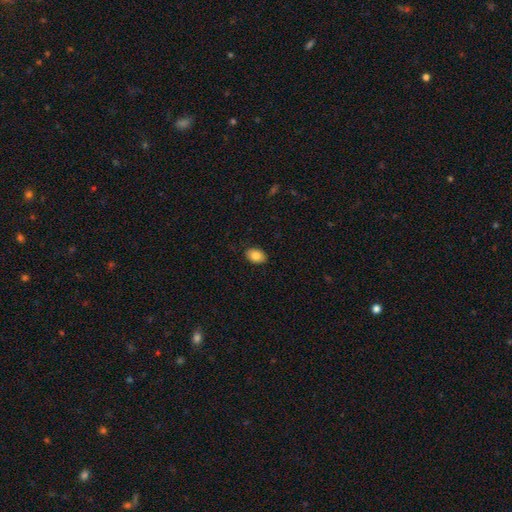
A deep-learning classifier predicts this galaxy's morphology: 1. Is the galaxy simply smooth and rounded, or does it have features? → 84% smooth, 9% featured or disk, 8% star or artifact.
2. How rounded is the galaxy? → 83% in between, 16% round, 1% cigar-shaped.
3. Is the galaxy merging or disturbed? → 88% none, 9% minor disturbance, 2% major disturbance, 1% merger.